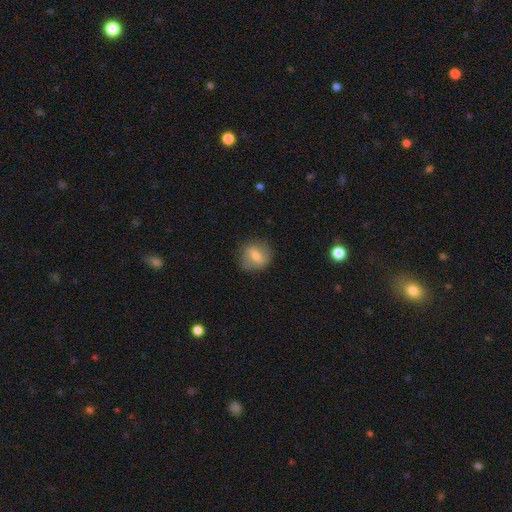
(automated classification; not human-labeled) Smooth or featured? Predicted: smooth (p=0.56). How rounded? Predicted: round (p=0.75). Merging? Predicted: none (p=0.81).